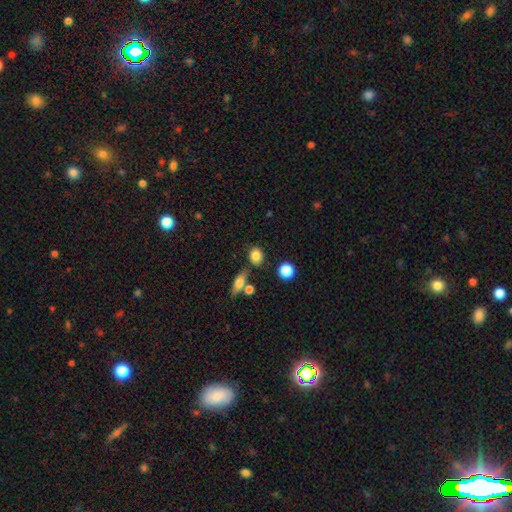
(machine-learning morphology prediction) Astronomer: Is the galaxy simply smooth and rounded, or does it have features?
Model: smooth — 82%.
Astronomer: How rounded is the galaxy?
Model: round — 50% (runner-up: in between, 47%).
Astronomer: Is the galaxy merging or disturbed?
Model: none — 74%.